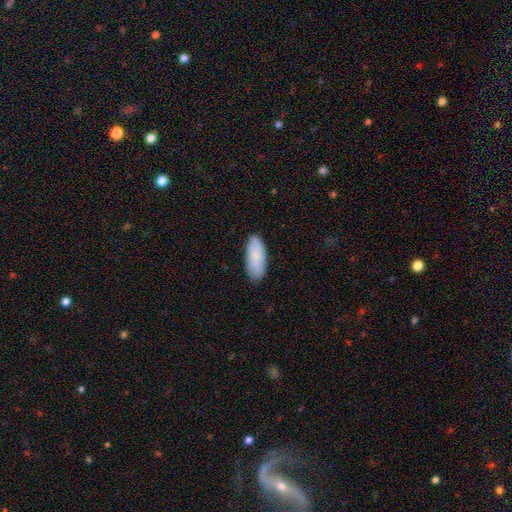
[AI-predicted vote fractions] smooth 85%, featured or disk 9%, star or artifact 6%. Down the decision tree: how rounded — in between (84%); merging — none (84%).